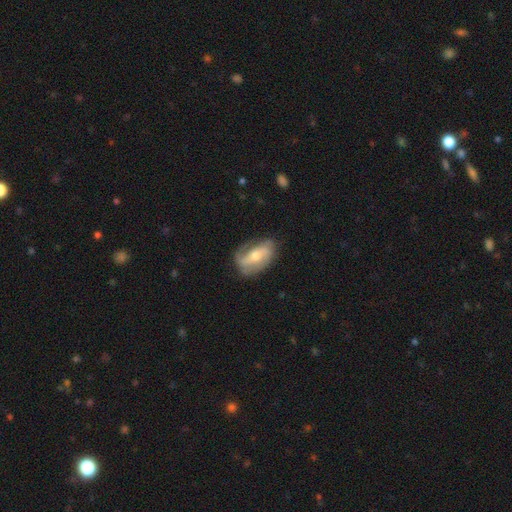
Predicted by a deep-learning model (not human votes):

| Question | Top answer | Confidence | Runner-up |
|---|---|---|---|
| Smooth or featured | featured or disk | 74% | smooth (20%) |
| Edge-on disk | no | 93% | yes (7%) |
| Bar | weak | 36% | strong (33%) |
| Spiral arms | yes | 85% | no (15%) |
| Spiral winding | loose | 42% | medium (36%) |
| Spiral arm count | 2 | 69% | can't tell (14%) |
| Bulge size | moderate | 61% | small (33%) |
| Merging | none | 63% | minor disturbance (24%) |